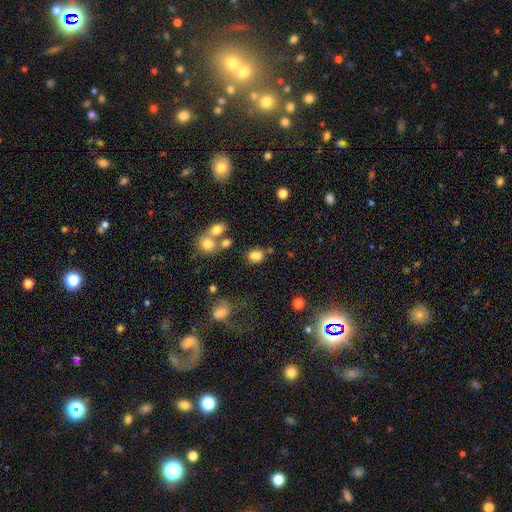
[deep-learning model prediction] smooth 80%, star or artifact 14%, featured or disk 6%. Down the decision tree: how rounded — in between (56%); merging — none (65%).